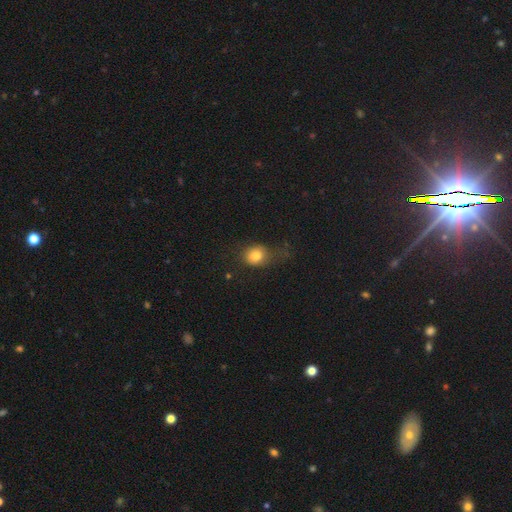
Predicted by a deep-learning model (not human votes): This is clearly a smooth galaxy (81%). How rounded: likely round (66%). Merging: possibly none (49%).